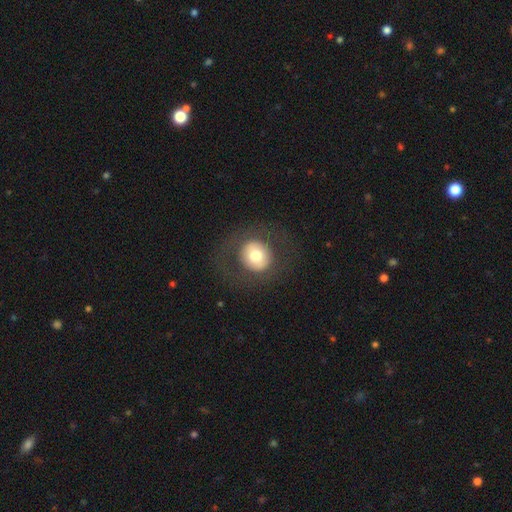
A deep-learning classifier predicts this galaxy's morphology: A smooth galaxy with no disk features (64%) that is round (88%). Merging: none (80%).